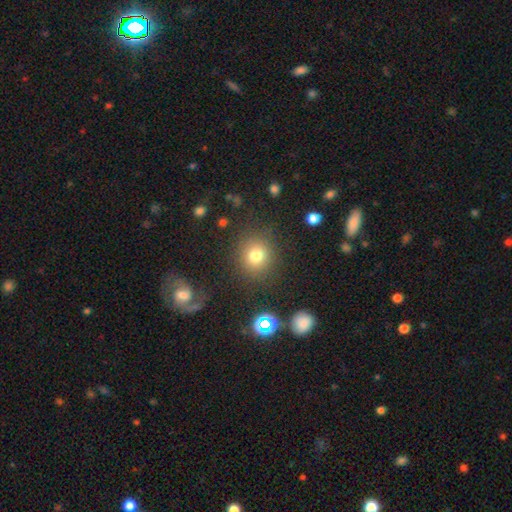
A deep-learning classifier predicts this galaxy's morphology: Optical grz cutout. It shows a smooth galaxy with no disk features (76%) that is round (85%). Merging: none (85%).